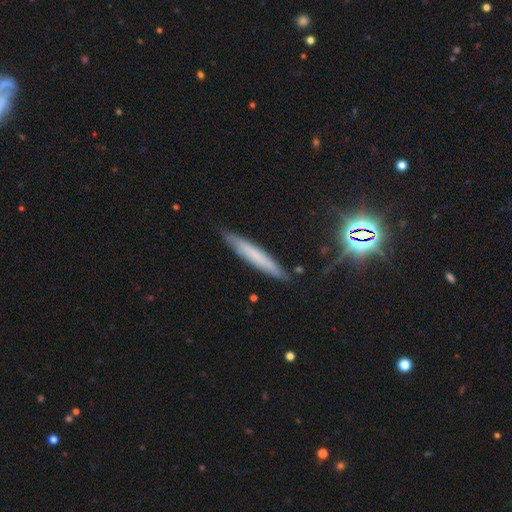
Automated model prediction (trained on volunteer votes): This appears to be a smooth galaxy with no disk features (57%) that is cigar-shaped (93%). Merging: none (83%).